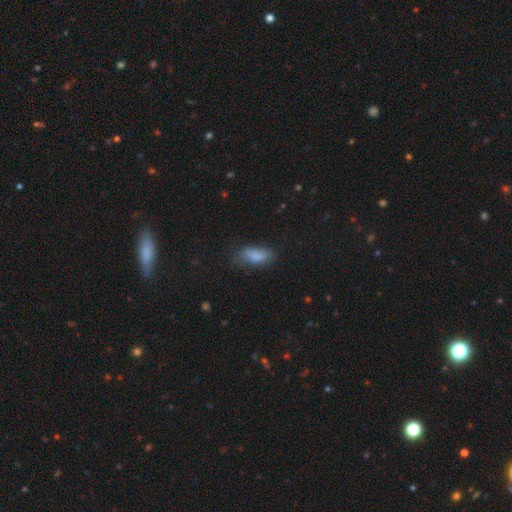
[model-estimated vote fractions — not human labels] Q: Smooth or featured?
A: smooth (82%); runner-up: featured or disk (9%)
Q: How rounded?
A: in between (86%); runner-up: cigar-shaped (10%)
Q: Merging?
A: none (59%); runner-up: minor disturbance (28%)